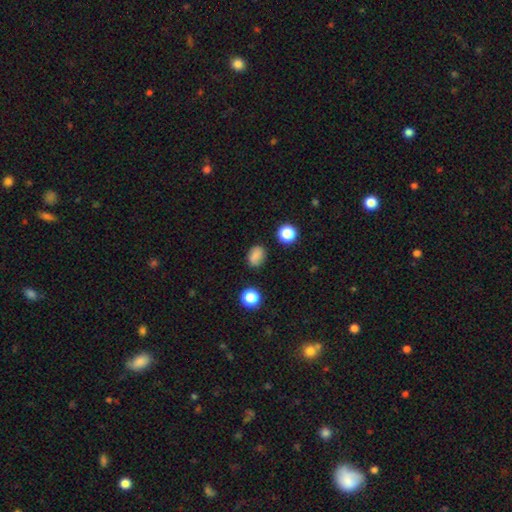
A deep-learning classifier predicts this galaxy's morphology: Smooth or featured? Predicted: smooth (p=0.81). How rounded? Predicted: in between (p=0.64). Merging? Predicted: none (p=0.81).